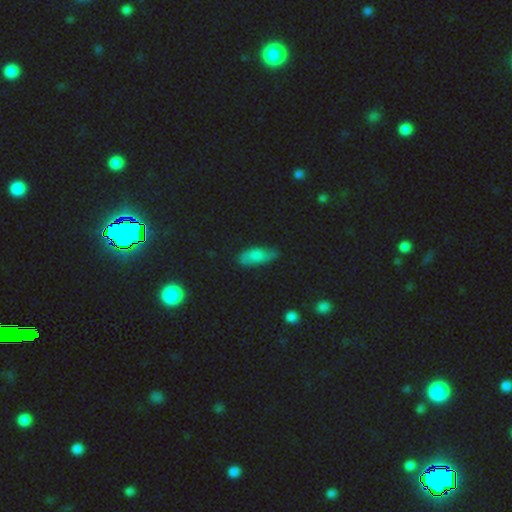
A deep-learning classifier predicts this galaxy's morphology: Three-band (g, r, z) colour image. It shows a smooth galaxy with no disk features (67%) that is in between round and cigar-shaped (81%). Merging: none (66%).